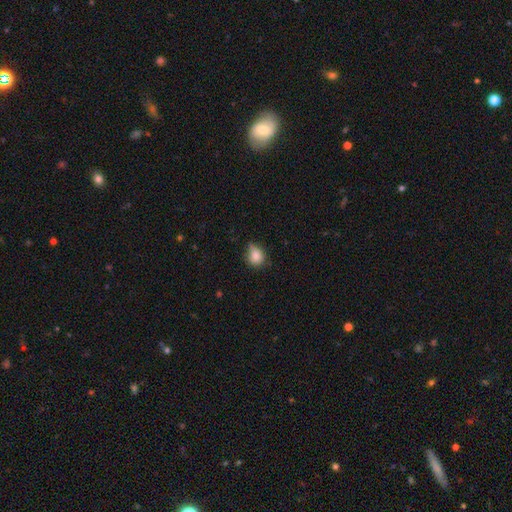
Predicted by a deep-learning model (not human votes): Overall: smooth (82%). How rounded: round (64%; in between 35%). Merging: none (46%; minor disturbance 42%).